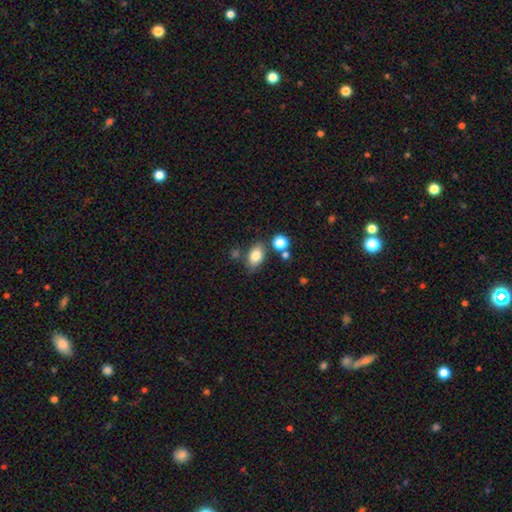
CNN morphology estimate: Overall: smooth (81%). How rounded: in between (84%). Merging: none (73%).